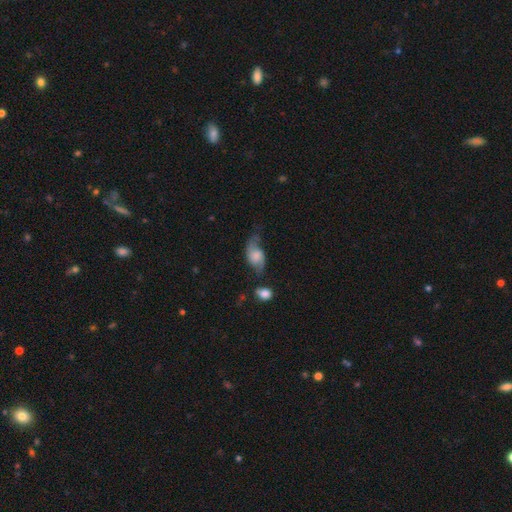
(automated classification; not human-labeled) featured or disk 55%, smooth 36%, star or artifact 8%. Down the decision tree: edge-on disk — no (94%); bar — no (61%); spiral arms — yes (87%); bulge size — none (26%); merging — none (42%).